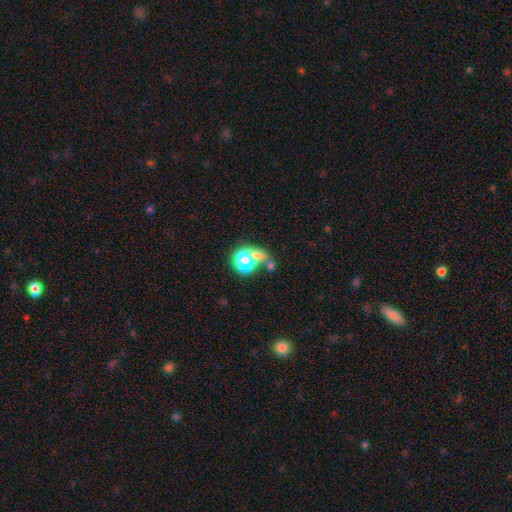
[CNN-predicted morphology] A smooth galaxy with no disk features (60%) that is round (50%).

Vote fractions:
- Smooth or featured? smooth: 60% / star or artifact: 22% / featured or disk: 18%
- How rounded? round: 50% / in between: 47% / cigar-shaped: 4%
- Merging? merger: 38% / none: 29% / major disturbance: 21% / minor disturbance: 12%